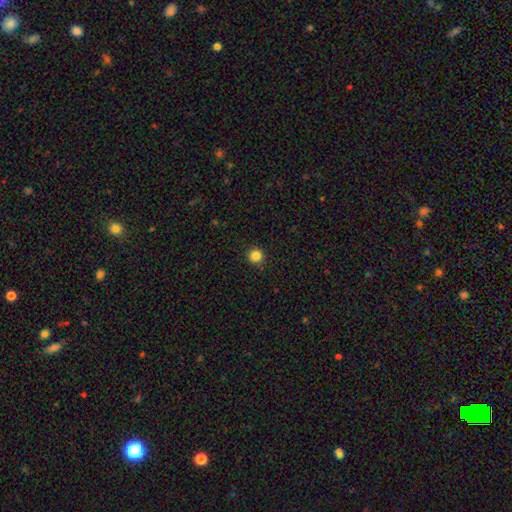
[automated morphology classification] Smooth or featured? smooth (85%)
How rounded? round (95%)
Merging? none (93%)